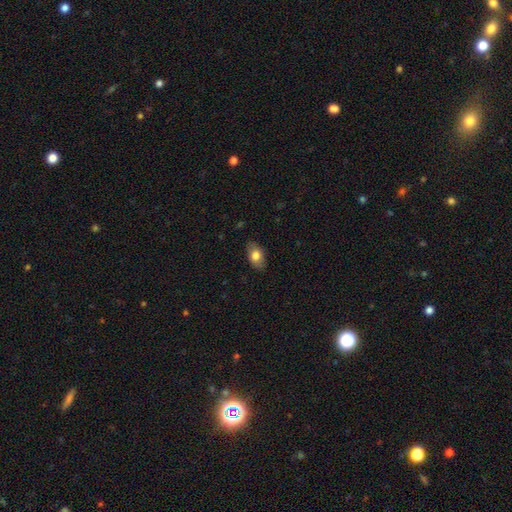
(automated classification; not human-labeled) Q: Smooth or featured?
A: smooth (77%); runner-up: featured or disk (17%)
Q: How rounded?
A: in between (90%); runner-up: round (8%)
Q: Merging?
A: none (84%); runner-up: minor disturbance (12%)